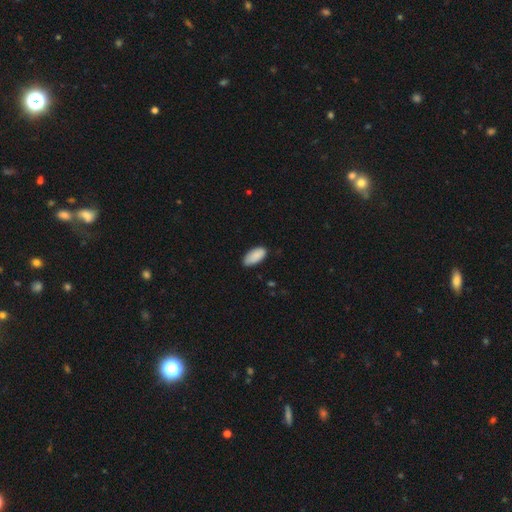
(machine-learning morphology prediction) This appears to be a smooth galaxy with no disk features (89%) that is in between round and cigar-shaped (92%). Merging: none (78%).